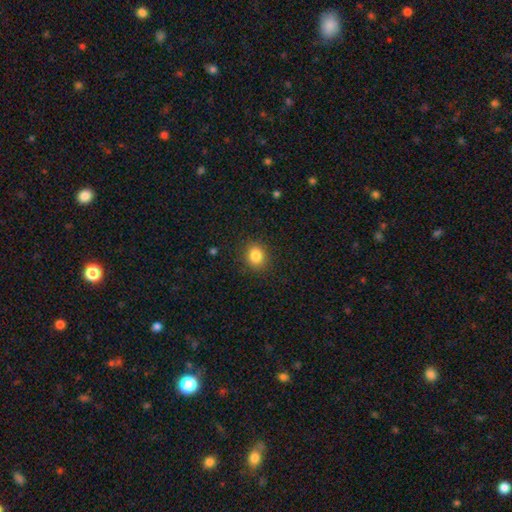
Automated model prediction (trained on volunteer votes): A smooth galaxy with no disk features (84%) that is round (66%).

Vote fractions:
- Smooth or featured? smooth: 84% / star or artifact: 10% / featured or disk: 5%
- How rounded? round: 66% / in between: 33% / cigar-shaped: 1%
- Merging? none: 88% / minor disturbance: 8% / major disturbance: 3% / merger: 1%